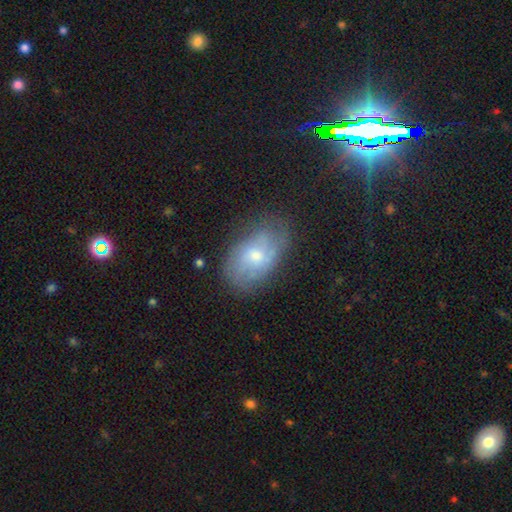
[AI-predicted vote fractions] A featured or disk galaxy (54%) with no bar (66%), spiral arms (74%) and a moderate central bulge (49%). Merging: none (68%).